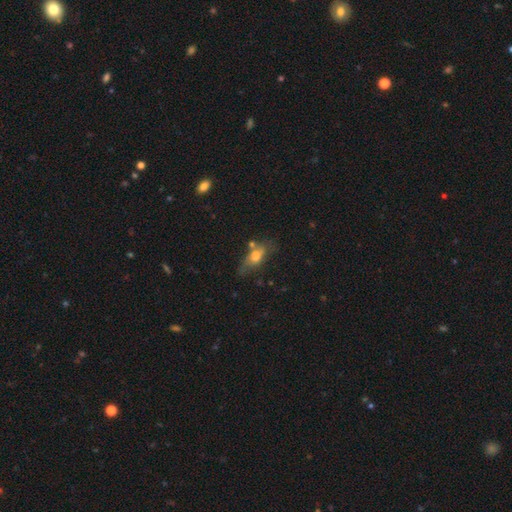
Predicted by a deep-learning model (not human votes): The model was most divided on "smooth or featured": smooth: 58%, featured or disk: 32%, star or artifact: 9%. More confident: how rounded — in between (73%); merging — none (53%).